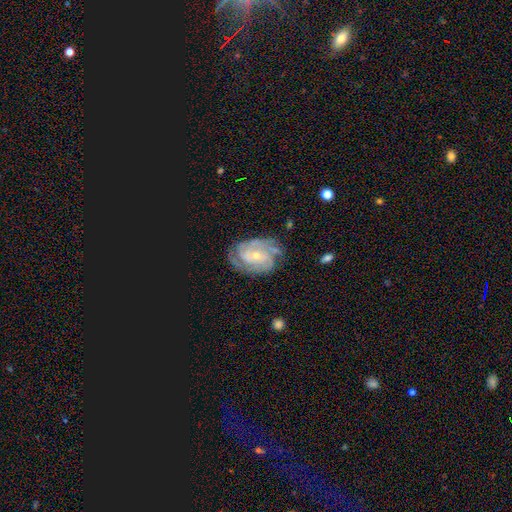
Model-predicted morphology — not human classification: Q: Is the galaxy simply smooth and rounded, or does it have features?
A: featured or disk — 88%.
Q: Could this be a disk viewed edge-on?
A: no — 97%.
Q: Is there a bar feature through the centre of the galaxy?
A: no — 57%.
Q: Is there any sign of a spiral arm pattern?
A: yes — 97%.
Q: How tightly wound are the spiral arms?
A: tight — 64%.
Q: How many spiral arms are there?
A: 3 — 28%.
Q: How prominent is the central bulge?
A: small — 65%.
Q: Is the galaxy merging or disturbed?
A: none — 73%.